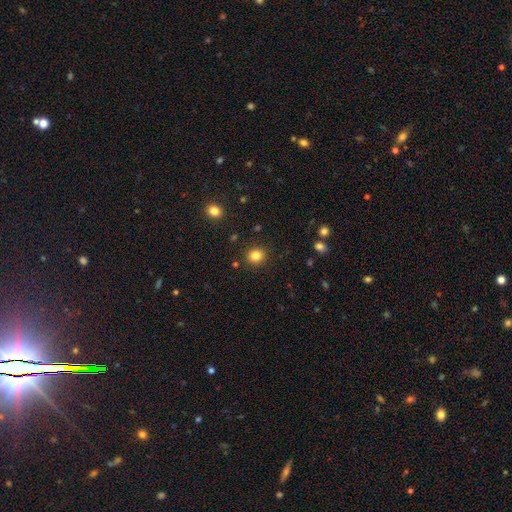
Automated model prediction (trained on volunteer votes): Smooth or featured?
  - smooth: 83% *
  - star or artifact: 12%
  - featured or disk: 5%
How rounded?
  - round: 82% *
  - in between: 17%
  - cigar-shaped: 1%
Merging?
  - none: 90% *
  - minor disturbance: 6%
  - major disturbance: 2%
  - merger: 2%